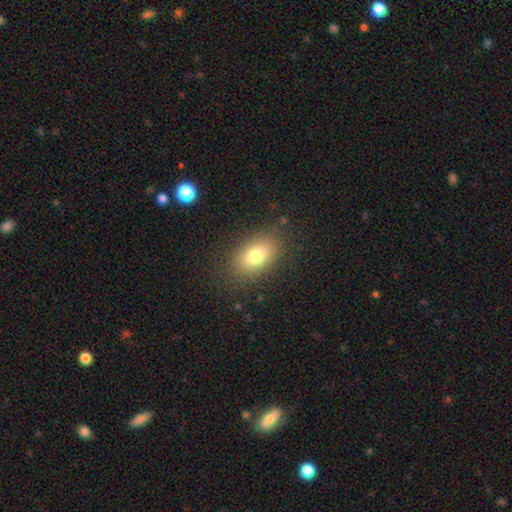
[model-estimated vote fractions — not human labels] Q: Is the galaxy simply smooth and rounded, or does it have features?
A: smooth — 77%.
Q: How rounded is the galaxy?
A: in between — 84%.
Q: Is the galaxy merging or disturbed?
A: none — 84%.